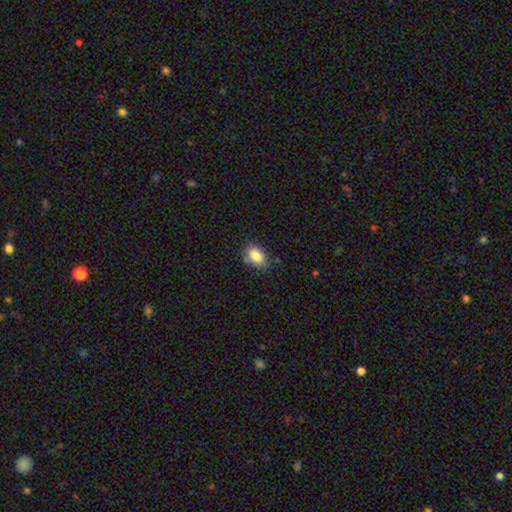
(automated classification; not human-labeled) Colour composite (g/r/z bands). It shows a smooth galaxy with no disk features (85%) that is in between round and cigar-shaped (85%). Merging: none (76%).